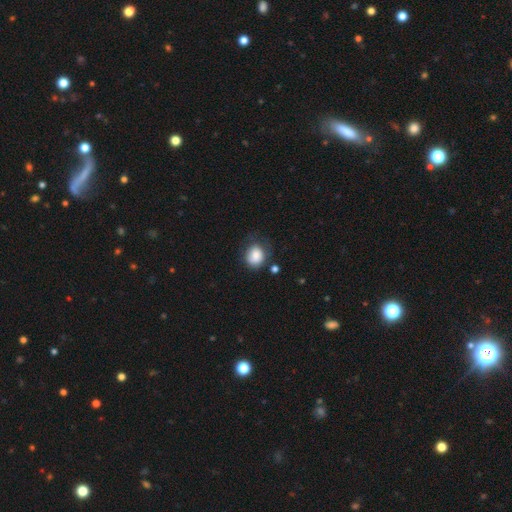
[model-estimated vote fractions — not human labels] This appears to be a smooth galaxy with no disk features (78%) that is round (70%). Merging: none (58%).